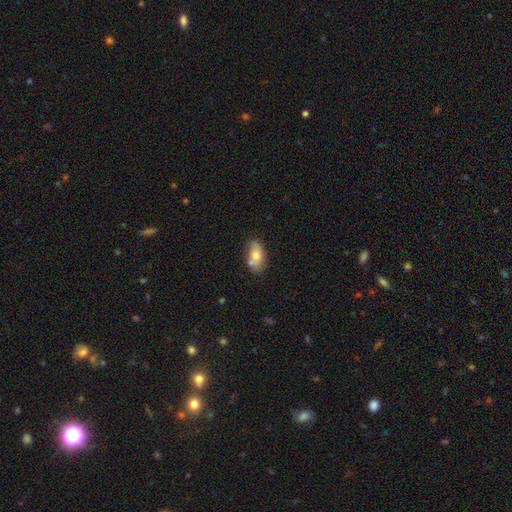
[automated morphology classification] This is likely a smooth galaxy (69%). How rounded: clearly in between (89%). Merging: possibly none (60%).